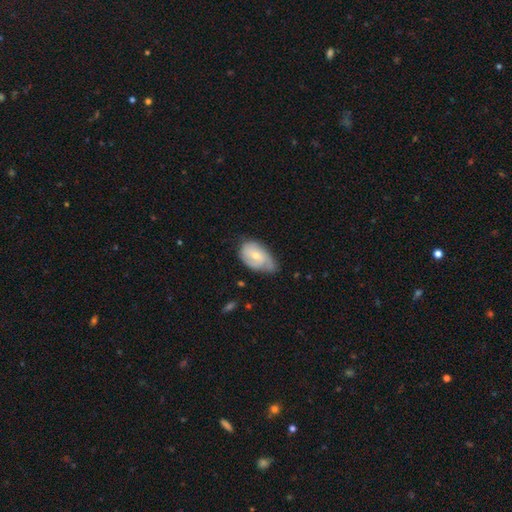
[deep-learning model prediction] Smooth or featured?
  - featured or disk: 52% *
  - smooth: 42%
  - star or artifact: 6%
Edge-on disk?
  - no: 95% *
  - yes: 5%
Merging?
  - none: 45% *
  - minor disturbance: 41%
  - major disturbance: 12%
  - merger: 2%